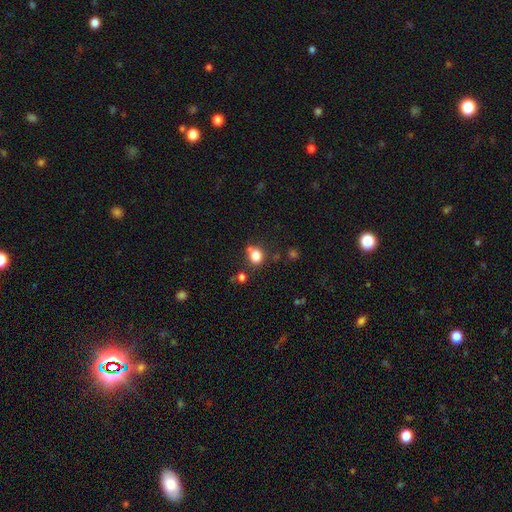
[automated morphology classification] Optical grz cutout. It shows a smooth galaxy with no disk features (81%) that is round (65%). Merging: none (63%).